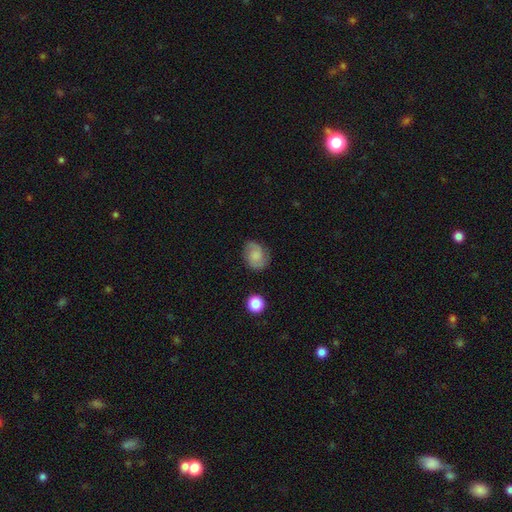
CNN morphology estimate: The model was most divided on "how rounded": in between: 54%, round: 45%, cigar-shaped: 1%. More confident: merging — none (73%); smooth or featured — smooth (59%).